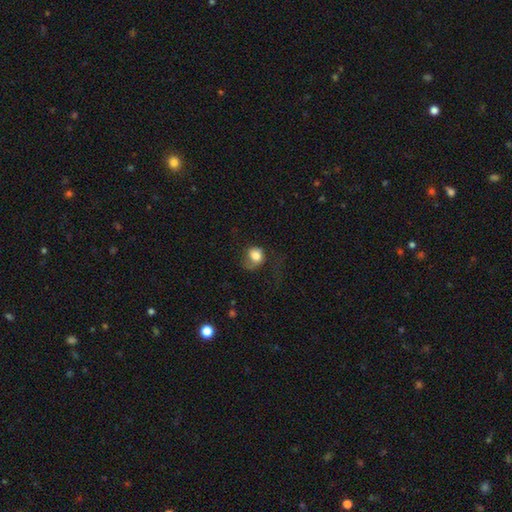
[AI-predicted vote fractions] Smooth or featured?
  - smooth: 73% *
  - featured or disk: 18%
  - star or artifact: 9%
How rounded?
  - round: 63% *
  - in between: 36%
  - cigar-shaped: 1%
Merging?
  - none: 37% *
  - major disturbance: 36%
  - minor disturbance: 25%
  - merger: 2%